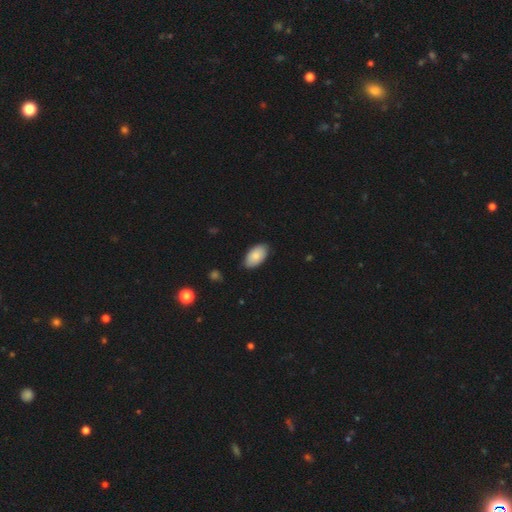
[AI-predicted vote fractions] Smooth or featured?
  - smooth: 87% *
  - featured or disk: 7%
  - star or artifact: 6%
How rounded?
  - in between: 96% *
  - round: 3%
  - cigar-shaped: 2%
Merging?
  - none: 85% *
  - minor disturbance: 11%
  - major disturbance: 2%
  - merger: 1%